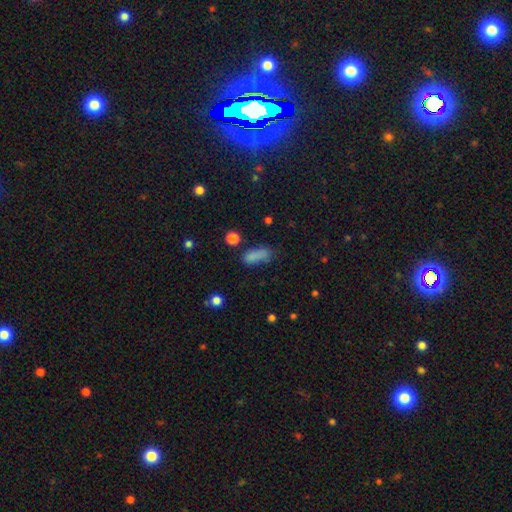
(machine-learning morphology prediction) smooth 80%, star or artifact 12%, featured or disk 8%. Down the decision tree: how rounded — in between (74%); merging — none (54%).